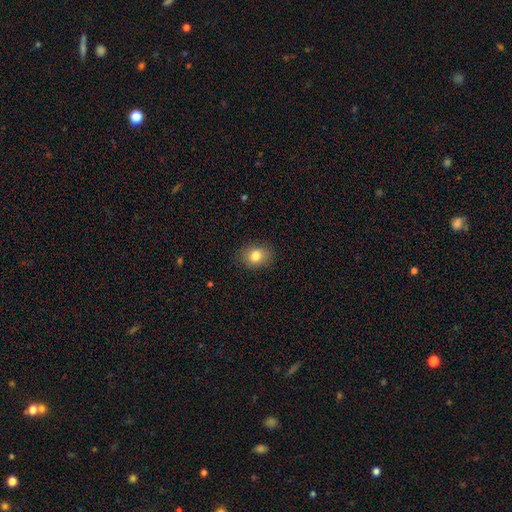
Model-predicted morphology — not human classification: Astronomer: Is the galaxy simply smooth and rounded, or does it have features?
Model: smooth — 82%.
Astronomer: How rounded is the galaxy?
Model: in between — 52% (runner-up: round, 47%).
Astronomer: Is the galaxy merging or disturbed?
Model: none — 85%.